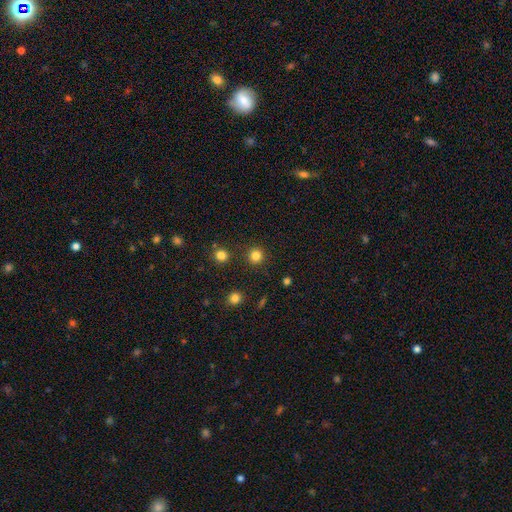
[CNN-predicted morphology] smooth-or-featured: smooth: 83% | star or artifact: 14% | featured or disk: 4%
  how-rounded: round: 95% | in between: 4% | cigar-shaped: 1%
  merging: none: 91% | minor disturbance: 5% | merger: 2% | major disturbance: 2%